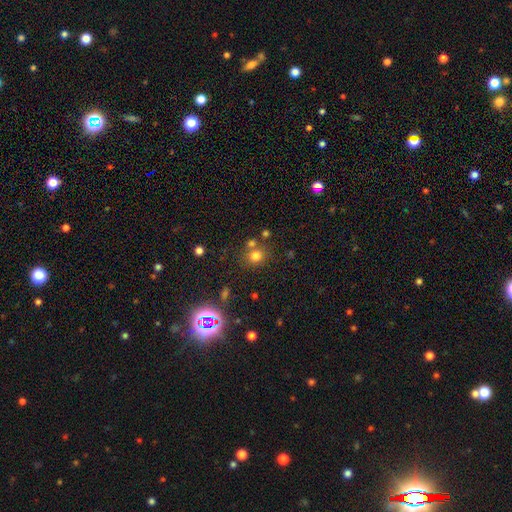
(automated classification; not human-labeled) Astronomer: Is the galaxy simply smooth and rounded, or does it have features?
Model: smooth — 74%.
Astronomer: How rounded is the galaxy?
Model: round — 80%.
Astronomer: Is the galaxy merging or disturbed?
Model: none — 65%.